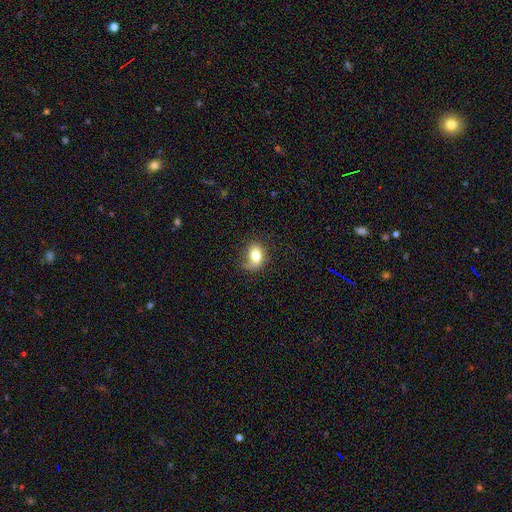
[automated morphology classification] smooth 74%, featured or disk 17%, star or artifact 9%. Down the decision tree: how rounded — in between (75%); merging — none (54%).